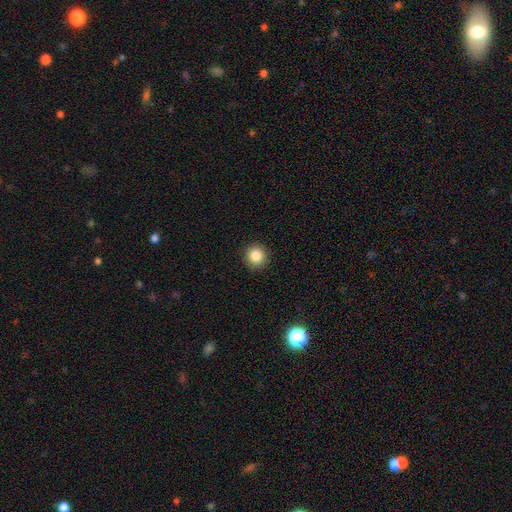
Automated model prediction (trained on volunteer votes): Overall: smooth (85%). How rounded: round (93%). Merging: none (92%).